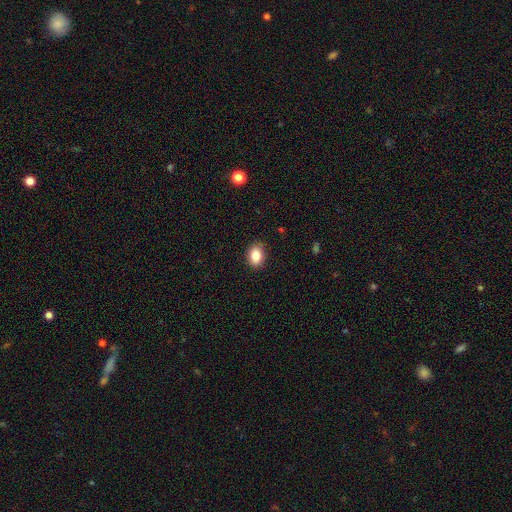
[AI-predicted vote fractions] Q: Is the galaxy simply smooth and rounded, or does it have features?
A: smooth — 86%.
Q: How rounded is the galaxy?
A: in between — 76%.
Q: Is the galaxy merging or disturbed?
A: none — 86%.